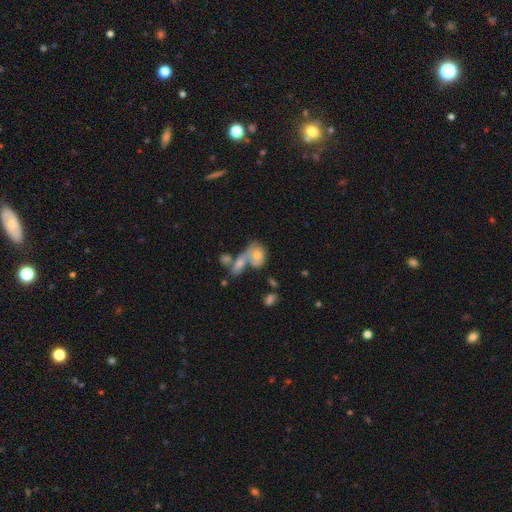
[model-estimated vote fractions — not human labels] The model was most divided on "merging": merger: 56%, none: 22%, minor disturbance: 11%, major disturbance: 11%. More confident: how rounded — in between (71%); smooth or featured — smooth (64%).